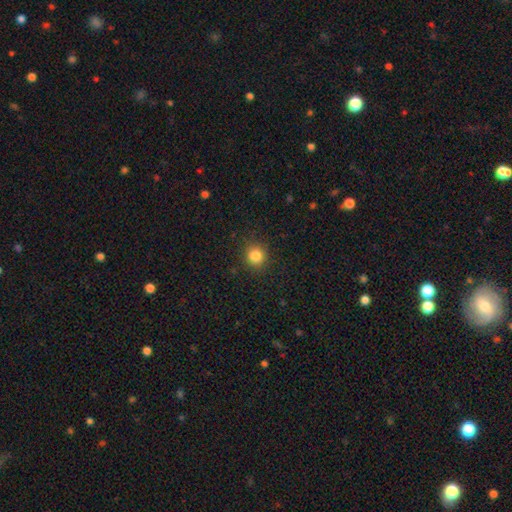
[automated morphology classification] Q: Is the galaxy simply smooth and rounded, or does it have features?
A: smooth — 84%.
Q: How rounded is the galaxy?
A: round — 89%.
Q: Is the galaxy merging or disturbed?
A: none — 88%.